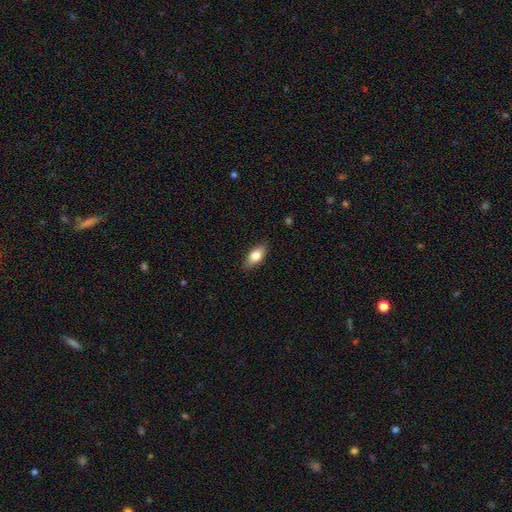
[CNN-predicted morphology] This is likely a smooth galaxy (79%). How rounded: clearly in between (88%). Merging: clearly none (86%).